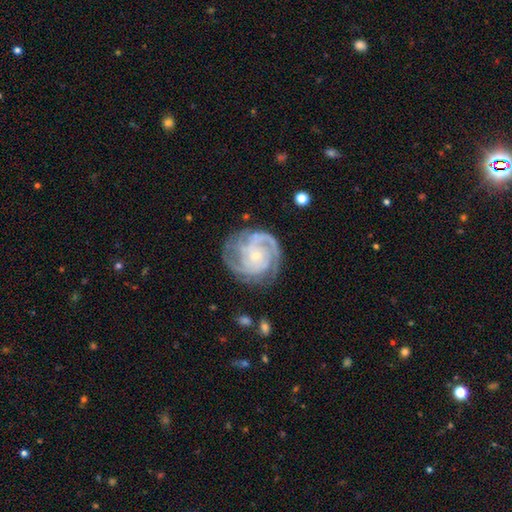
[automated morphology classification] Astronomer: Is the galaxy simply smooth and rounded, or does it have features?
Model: featured or disk — 90%.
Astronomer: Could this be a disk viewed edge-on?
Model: no — 98%.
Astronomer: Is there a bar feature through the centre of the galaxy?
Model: no — 71%.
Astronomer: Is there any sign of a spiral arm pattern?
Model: yes — 98%.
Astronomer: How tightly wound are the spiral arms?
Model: tight — 64%.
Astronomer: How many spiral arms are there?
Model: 3 — 35% (runner-up: 2, 24%).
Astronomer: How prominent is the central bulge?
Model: small — 79%.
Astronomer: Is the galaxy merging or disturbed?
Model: none — 75%.